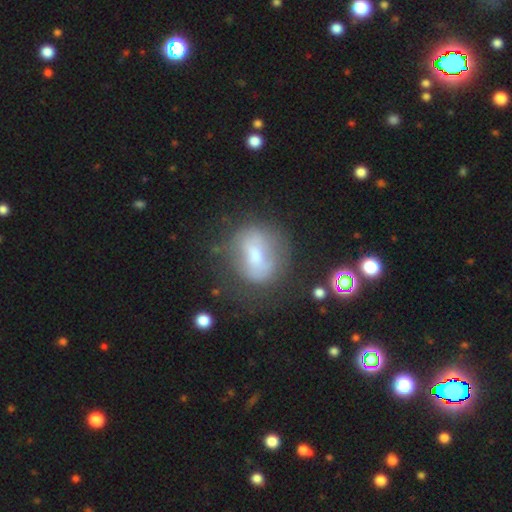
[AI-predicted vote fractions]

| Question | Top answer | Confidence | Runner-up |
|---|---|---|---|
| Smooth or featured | smooth | 52% | featured or disk (36%) |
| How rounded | round | 54% | in between (44%) |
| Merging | none | 57% | minor disturbance (22%) |